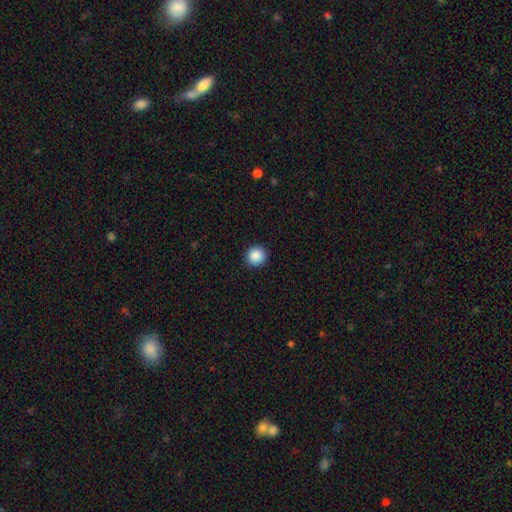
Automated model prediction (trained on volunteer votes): Smooth or featured? Predicted: smooth (p=0.89). How rounded? Predicted: round (p=0.93). Merging? Predicted: none (p=0.92).